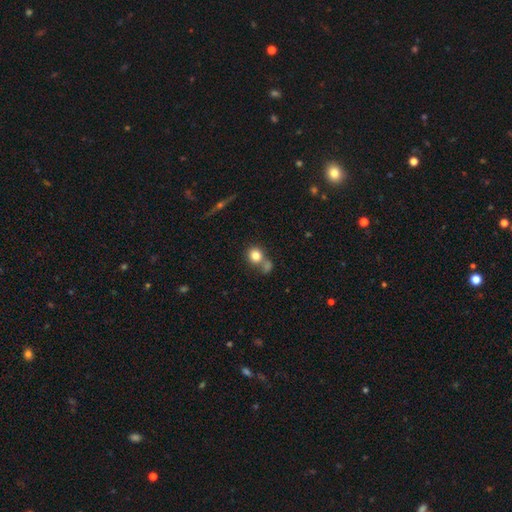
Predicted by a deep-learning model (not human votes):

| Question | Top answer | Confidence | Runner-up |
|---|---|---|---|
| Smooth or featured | smooth | 81% | star or artifact (10%) |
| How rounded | round | 83% | in between (16%) |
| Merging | none | 50% | merger (34%) |